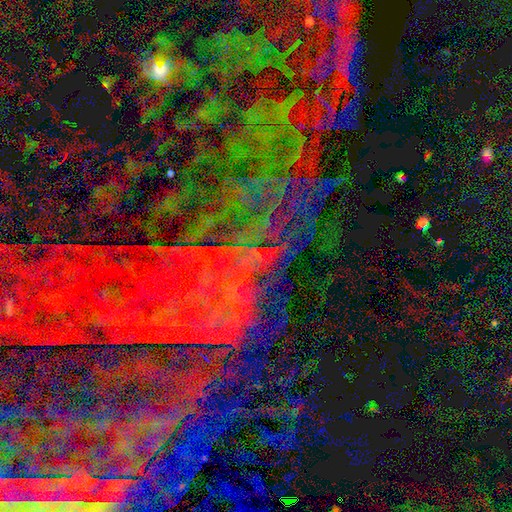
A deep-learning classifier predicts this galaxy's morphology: A star or artifact, not a galaxy (79%).